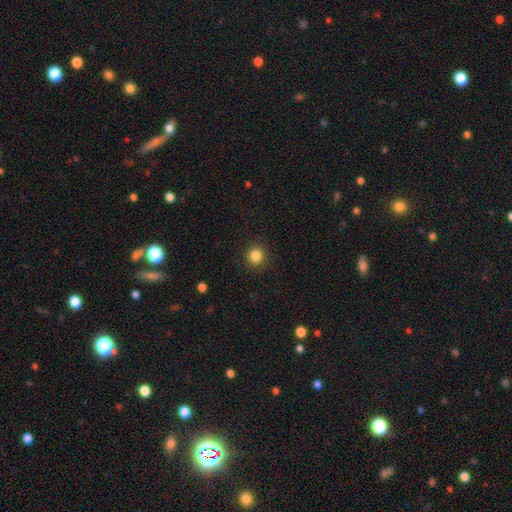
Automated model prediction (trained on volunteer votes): Q: Smooth or featured?
A: smooth (85%); runner-up: star or artifact (11%)
Q: How rounded?
A: round (92%); runner-up: in between (7%)
Q: Merging?
A: none (91%); runner-up: minor disturbance (6%)